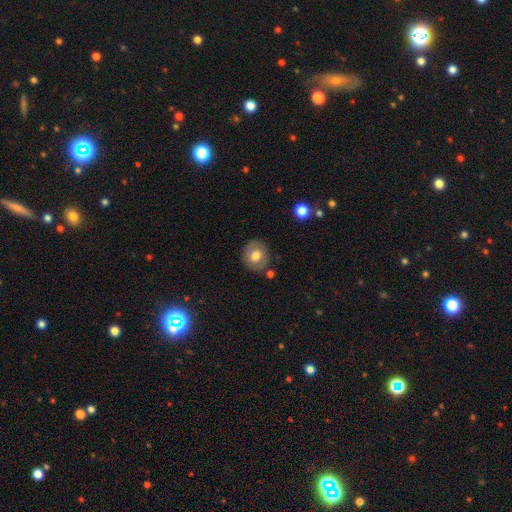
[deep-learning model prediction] This appears to be a smooth galaxy with no disk features (73%) that is round (82%). Merging: none (82%).